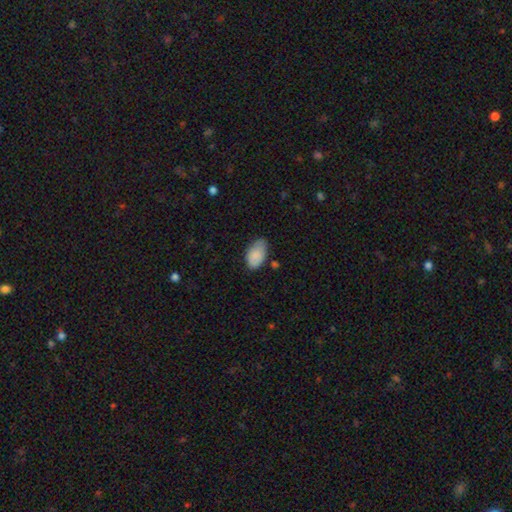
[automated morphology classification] type=smooth (86%); roundness=in between (93%); merging=none (60%).